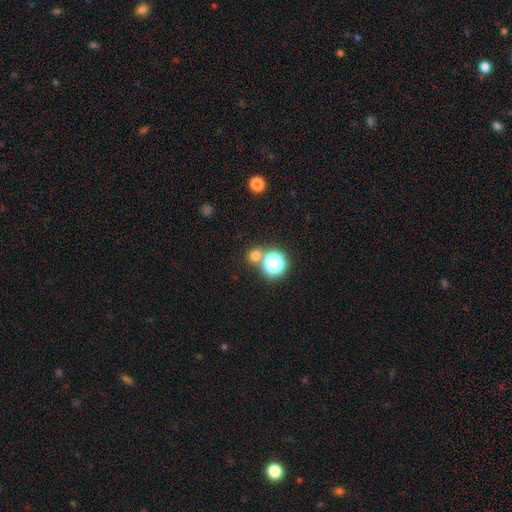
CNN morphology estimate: Smooth or featured? smooth (66%)
How rounded? round (86%)
Merging? none (70%)